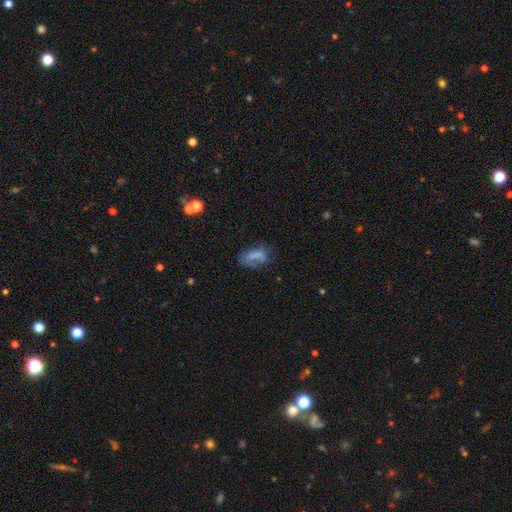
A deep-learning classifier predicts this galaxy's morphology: A smooth galaxy with no disk features (65%) that is in between round and cigar-shaped (85%).

Vote fractions:
- Smooth or featured? smooth: 65% / featured or disk: 23% / star or artifact: 12%
- How rounded? in between: 85% / cigar-shaped: 7% / round: 7%
- Merging? none: 39% / minor disturbance: 28% / major disturbance: 28% / merger: 4%